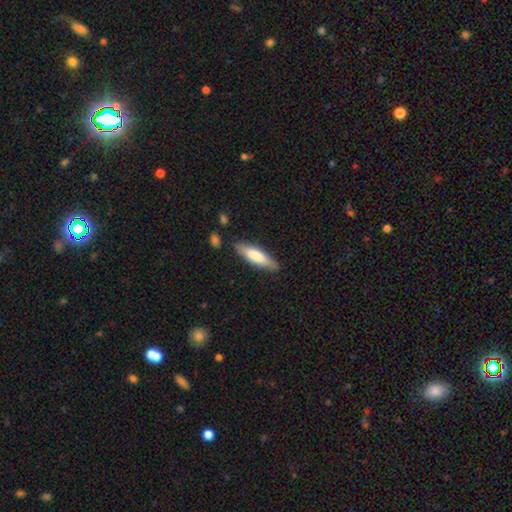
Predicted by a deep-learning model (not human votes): This appears to be a smooth galaxy with no disk features (68%) that is cigar-shaped (66%). Merging: none (82%).